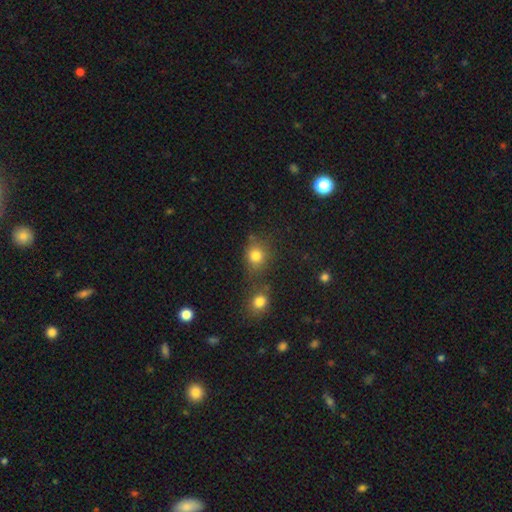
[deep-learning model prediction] This is likely a smooth galaxy (79%). How rounded: likely round (77%). Merging: possibly none (59%).